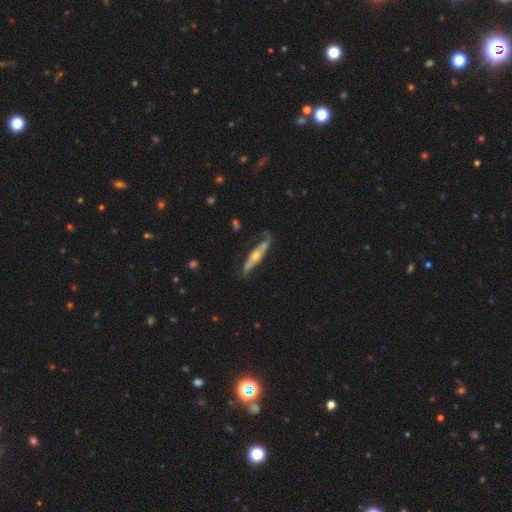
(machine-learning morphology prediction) This appears to be a featured or disk galaxy (72%) viewed edge-on (67%). Merging: none (66%).